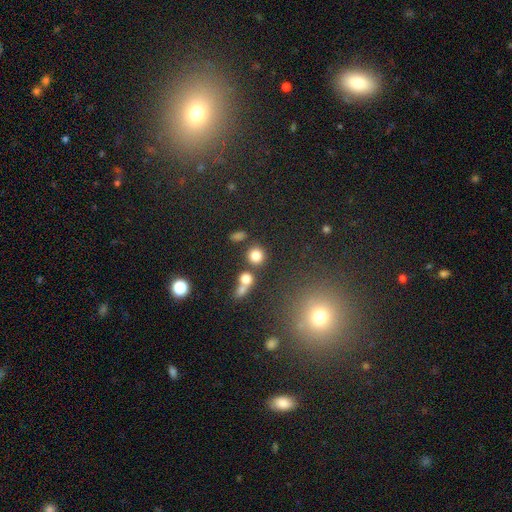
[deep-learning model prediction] This appears to be a smooth galaxy with no disk features (79%) that is round (87%). Merging: none (69%).